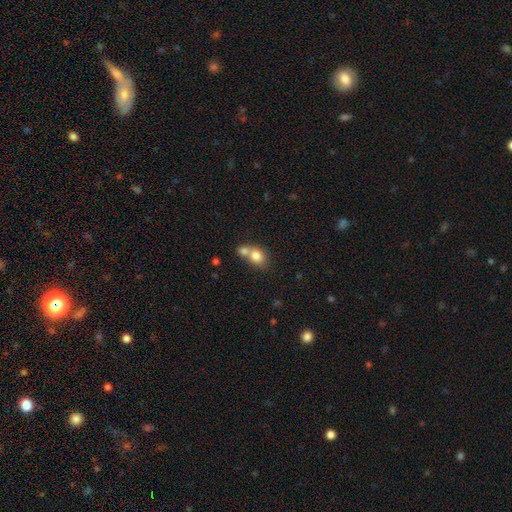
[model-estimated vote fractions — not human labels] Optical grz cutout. It shows a smooth galaxy with no disk features (78%) that is round (52%). Merging: merger (59%).